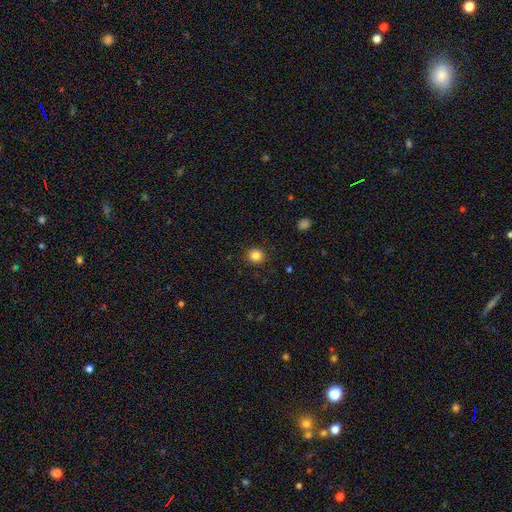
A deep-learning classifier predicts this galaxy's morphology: smooth 85%, star or artifact 11%, featured or disk 4%. Down the decision tree: how rounded — round (89%); merging — none (91%).